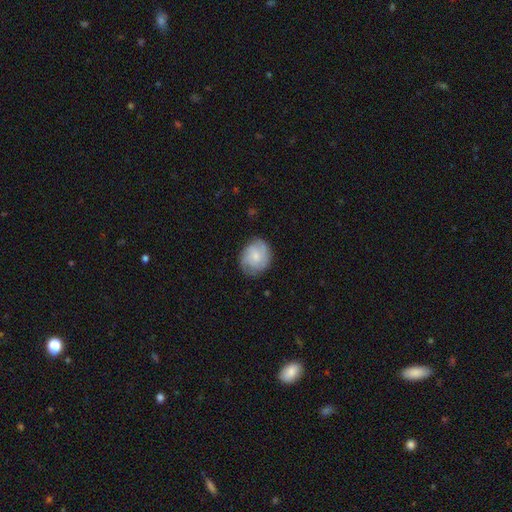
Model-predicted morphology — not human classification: This appears to be a featured or disk galaxy (49%). Merging: none (76%).